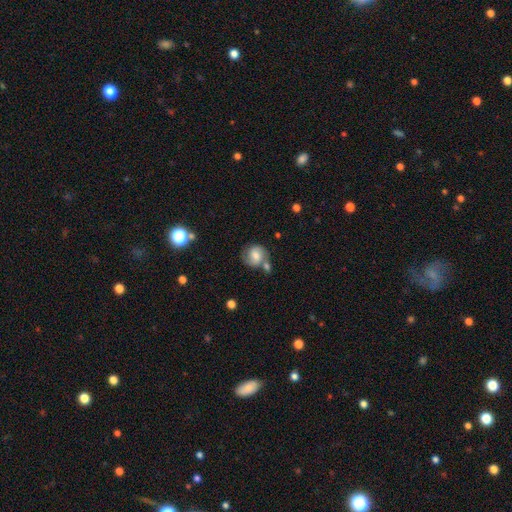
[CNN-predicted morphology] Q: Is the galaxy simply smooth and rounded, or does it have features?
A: smooth — 58%.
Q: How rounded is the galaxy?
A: round — 81%.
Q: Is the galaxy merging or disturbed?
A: none — 53%.